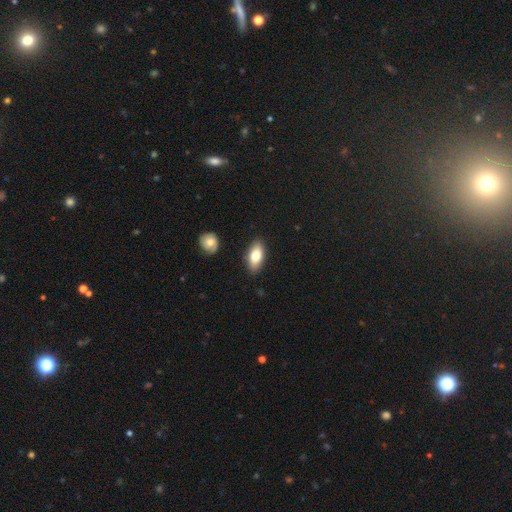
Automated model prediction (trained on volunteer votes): Morphology: type=smooth (79%); roundness=in between (90%); merging=none (87%).